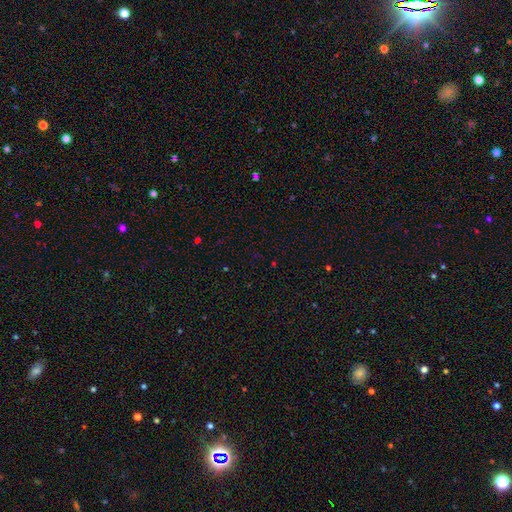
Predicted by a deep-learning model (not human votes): Smooth or featured? star or artifact (65%)